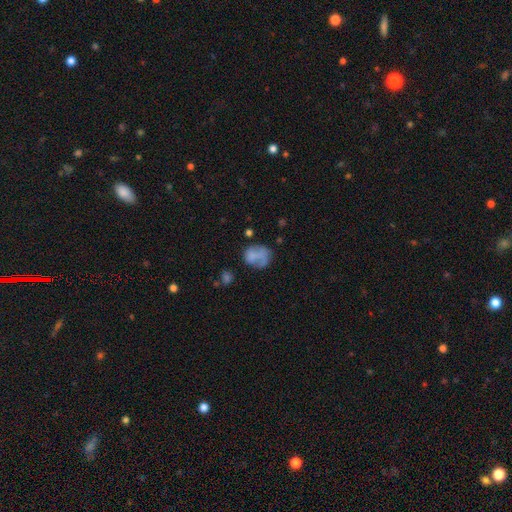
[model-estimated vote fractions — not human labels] This is likely a smooth galaxy (64%). How rounded: possibly round (57%). Merging: marginally none (41%).